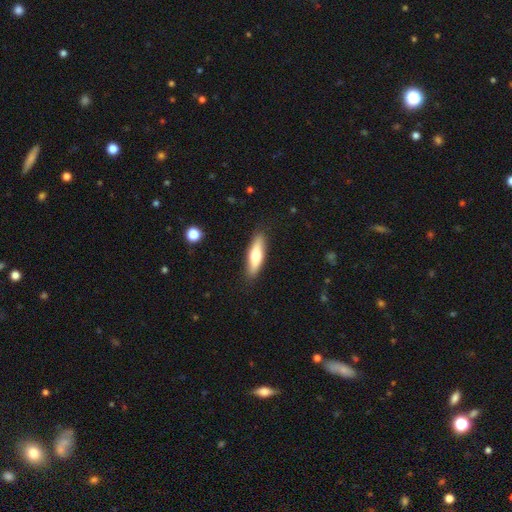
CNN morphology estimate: Smooth or featured?
  - smooth: 65% *
  - featured or disk: 29%
  - star or artifact: 6%
How rounded?
  - cigar-shaped: 61% *
  - in between: 38%
  - round: 2%
Merging?
  - none: 86% *
  - minor disturbance: 10%
  - major disturbance: 2%
  - merger: 1%